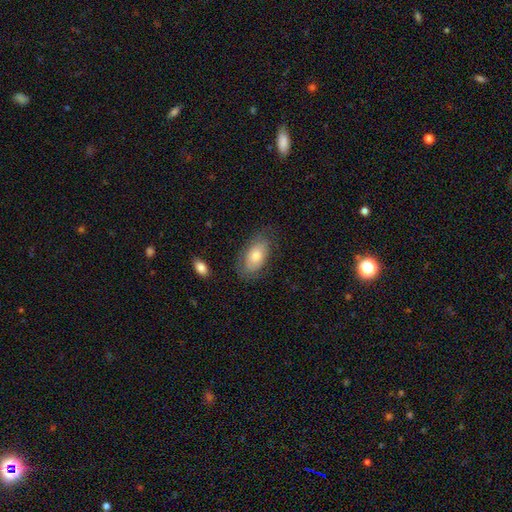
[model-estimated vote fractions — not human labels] This is likely a smooth galaxy (61%). How rounded: clearly in between (92%). Merging: likely none (72%).